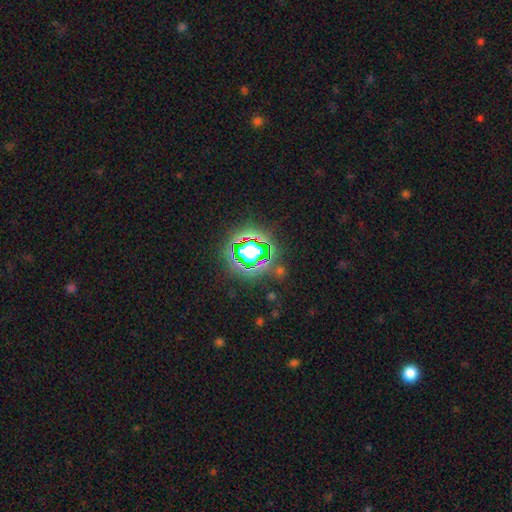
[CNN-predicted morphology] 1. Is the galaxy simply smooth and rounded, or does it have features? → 65% star or artifact, 21% smooth, 13% featured or disk.